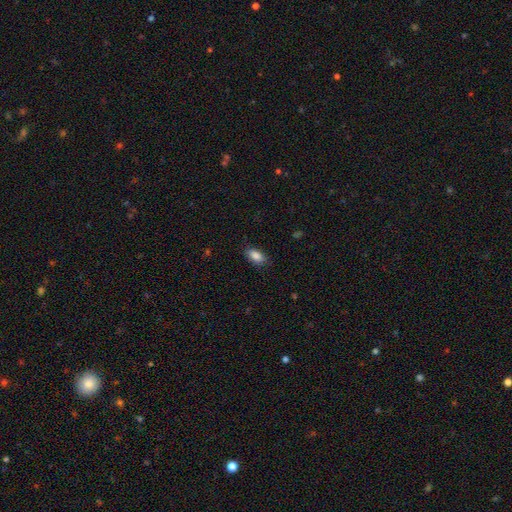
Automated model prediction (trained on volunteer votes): The model was most divided on "merging": none: 83%, minor disturbance: 13%, major disturbance: 3%, merger: 1%. More confident: how rounded — in between (90%); smooth or featured — smooth (87%).